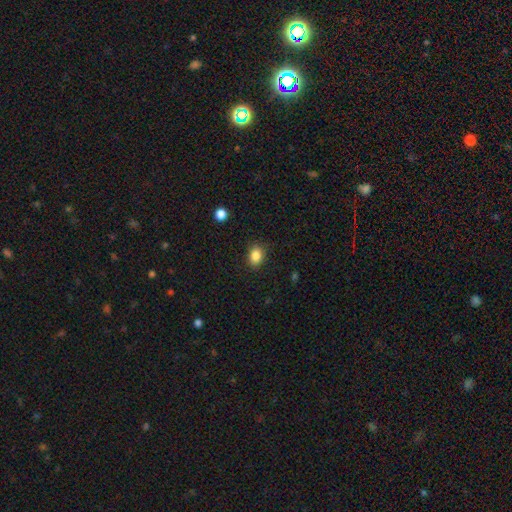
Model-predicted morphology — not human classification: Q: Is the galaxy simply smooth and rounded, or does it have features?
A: smooth — 86%.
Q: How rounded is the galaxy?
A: in between — 62%.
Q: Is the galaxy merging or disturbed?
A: none — 86%.